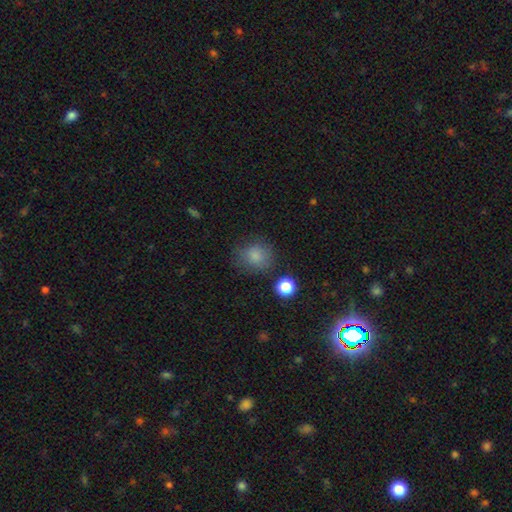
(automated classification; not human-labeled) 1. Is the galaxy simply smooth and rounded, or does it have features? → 81% smooth, 12% star or artifact, 7% featured or disk.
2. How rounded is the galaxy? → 77% round, 22% in between, 1% cigar-shaped.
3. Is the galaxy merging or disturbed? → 70% none, 19% minor disturbance, 8% major disturbance, 3% merger.